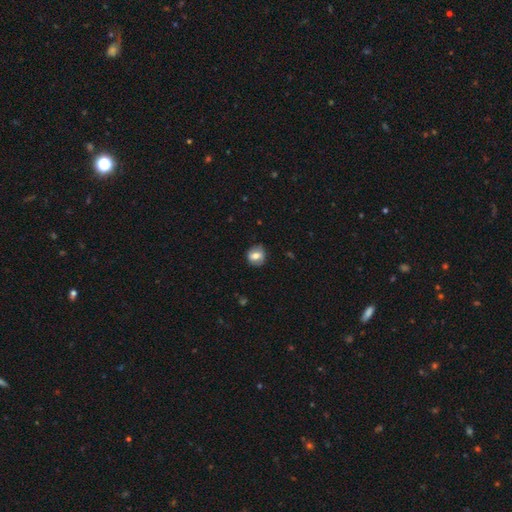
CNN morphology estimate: Overall: smooth (64%; featured or disk 27%). How rounded: round (72%). Merging: none (82%).